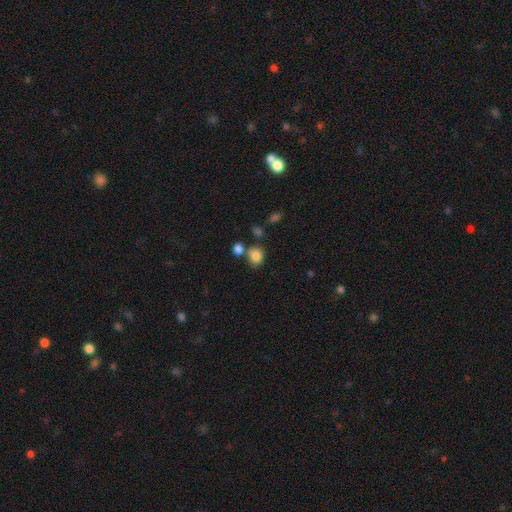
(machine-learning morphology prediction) Q: Smooth or featured?
A: smooth (83%); runner-up: star or artifact (10%)
Q: How rounded?
A: round (65%); runner-up: in between (34%)
Q: Merging?
A: none (61%); runner-up: merger (22%)